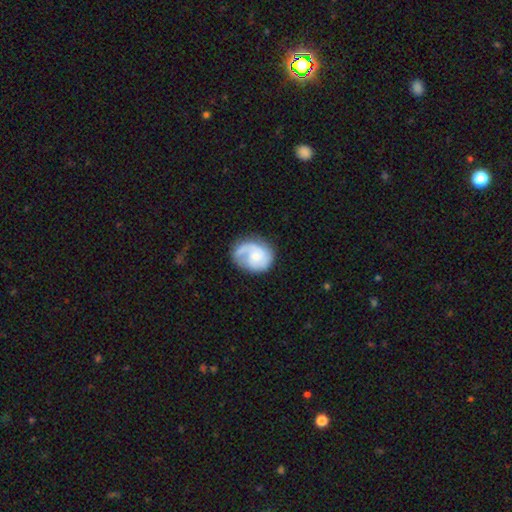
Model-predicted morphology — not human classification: featured or disk 65%, smooth 29%, star or artifact 6%. Down the decision tree: edge-on disk — no (98%); bar — no (72%); spiral arms — yes (89%); spiral arm count — 1 (46%); spiral winding — medium (40%); bulge size — small (52%); merging — none (55%).